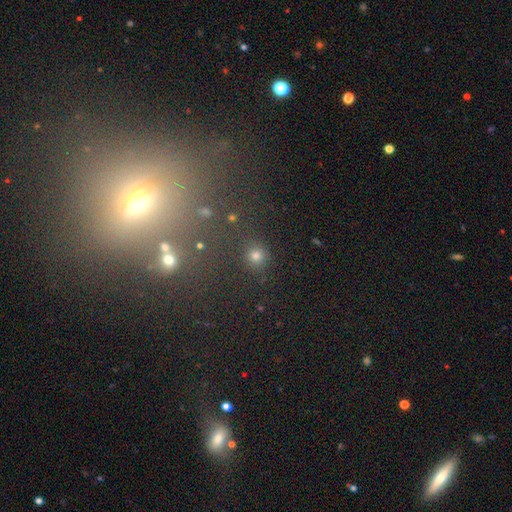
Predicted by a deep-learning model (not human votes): A smooth galaxy with no disk features (74%) that is round (91%).

Vote fractions:
- Smooth or featured? smooth: 74% / star or artifact: 20% / featured or disk: 6%
- How rounded? round: 91% / in between: 7% / cigar-shaped: 1%
- Merging? none: 87% / minor disturbance: 7% / merger: 3% / major disturbance: 3%